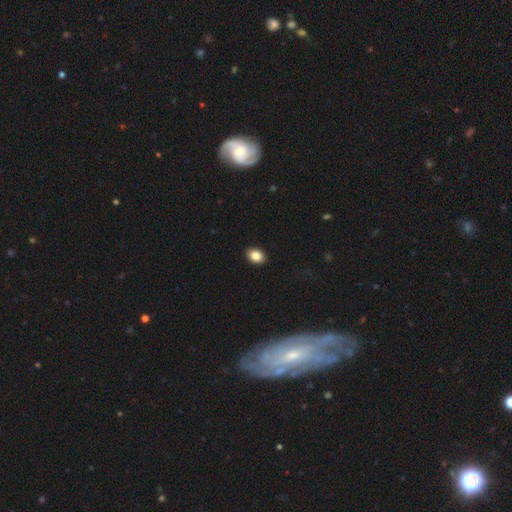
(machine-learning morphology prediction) Smooth or featured? smooth (86%)
How rounded? in between (76%)
Merging? none (92%)